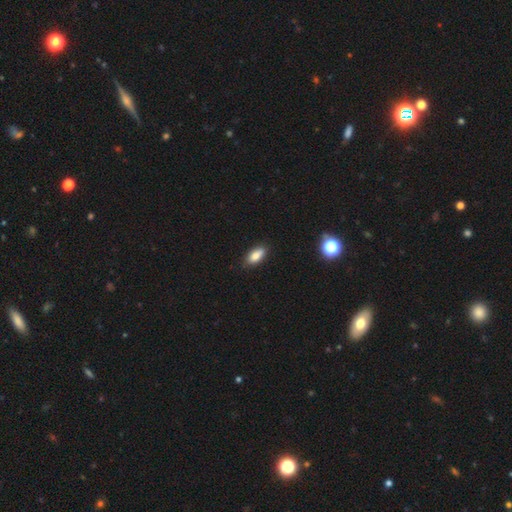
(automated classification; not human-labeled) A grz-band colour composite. It shows a smooth galaxy with no disk features (82%) that is in between round and cigar-shaped (84%). Merging: none (84%).